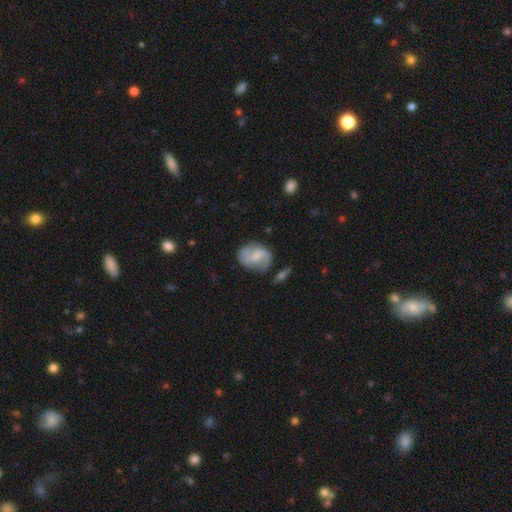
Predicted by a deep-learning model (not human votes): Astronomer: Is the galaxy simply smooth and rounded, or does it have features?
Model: featured or disk — 65%.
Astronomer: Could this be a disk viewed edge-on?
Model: no — 97%.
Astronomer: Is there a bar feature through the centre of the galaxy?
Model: weak — 50% (runner-up: no, 39%).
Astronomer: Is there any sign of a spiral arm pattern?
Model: yes — 90%.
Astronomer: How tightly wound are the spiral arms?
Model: medium — 45% (runner-up: loose, 39%).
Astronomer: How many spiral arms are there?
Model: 2 — 85%.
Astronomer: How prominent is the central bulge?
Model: small — 40% (runner-up: moderate, 30%).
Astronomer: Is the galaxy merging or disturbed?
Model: none — 68%.